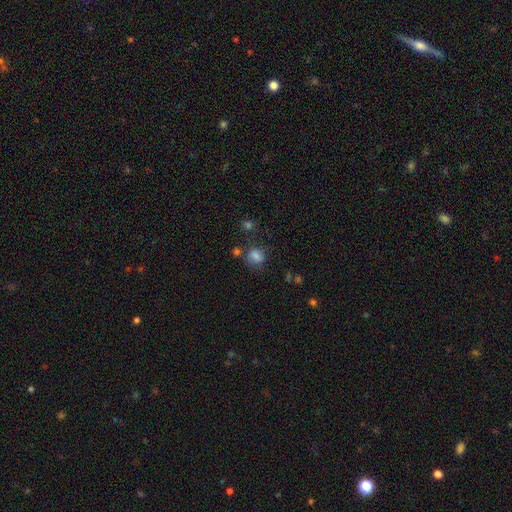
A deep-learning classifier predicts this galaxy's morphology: Smooth or featured: smooth — 78% (star or artifact — 13%)
How rounded: round — 59% (in between — 40%)
Merging: none — 67% (minor disturbance — 19%)